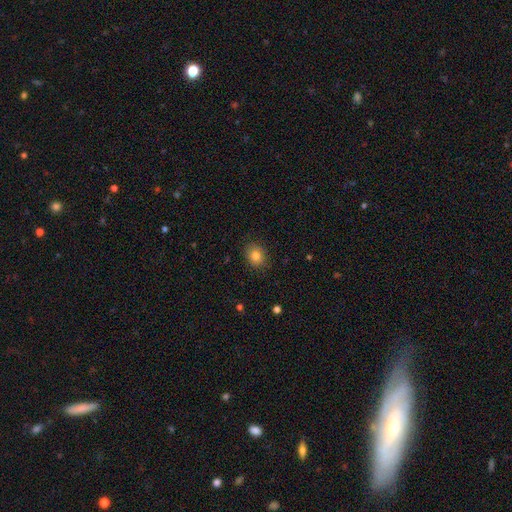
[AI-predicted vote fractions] The model was most divided on "how rounded": round: 59%, in between: 40%, cigar-shaped: 1%. More confident: merging — none (87%); smooth or featured — smooth (82%).